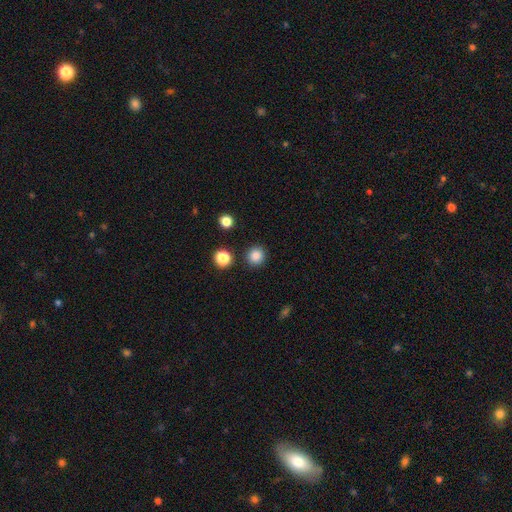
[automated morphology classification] A smooth galaxy with no disk features (85%) that is round (93%). Merging: none (90%).